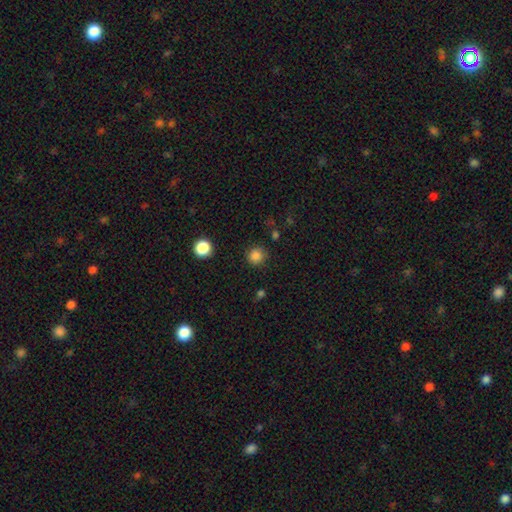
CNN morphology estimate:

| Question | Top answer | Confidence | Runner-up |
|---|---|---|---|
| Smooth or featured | smooth | 84% | star or artifact (13%) |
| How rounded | round | 93% | in between (6%) |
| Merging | none | 86% | minor disturbance (9%) |